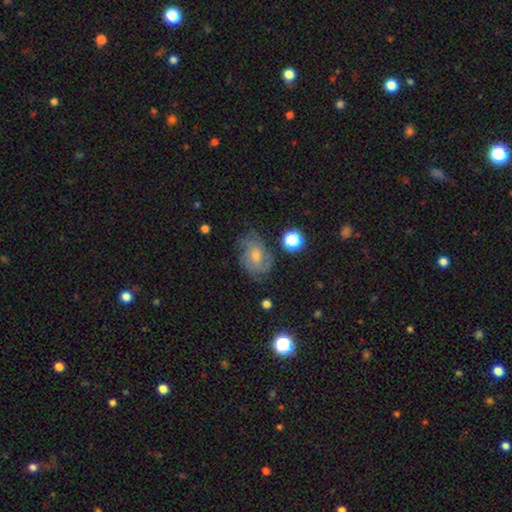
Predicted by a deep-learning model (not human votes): Smooth or featured: featured or disk — 67% (smooth — 21%)
Edge-on disk: no — 97% (yes — 3%)
Bar: no — 70% (weak — 26%)
Spiral arms: yes — 90% (no — 10%)
Spiral winding: tight — 51% (medium — 37%)
Spiral arm count: can't tell — 38% (3 — 21%)
Bulge size: moderate — 49% (small — 45%)
Merging: none — 69% (minor disturbance — 20%)